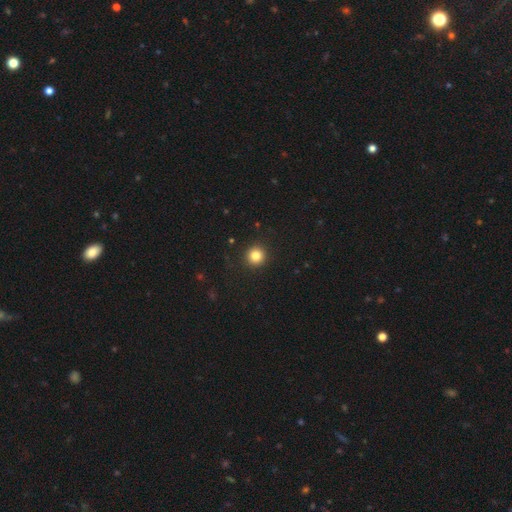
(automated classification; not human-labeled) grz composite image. It shows a smooth galaxy with no disk features (83%) that is round (94%). Merging: none (92%).